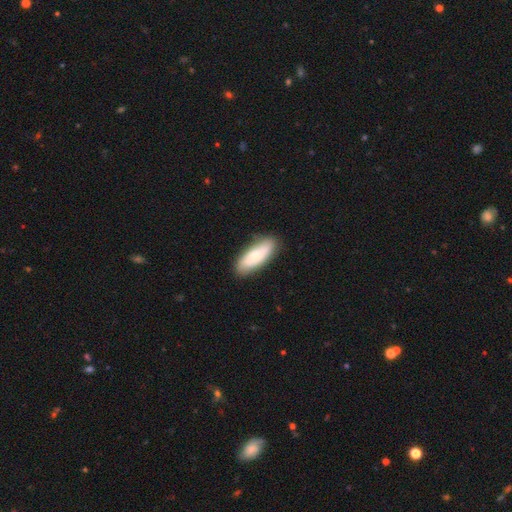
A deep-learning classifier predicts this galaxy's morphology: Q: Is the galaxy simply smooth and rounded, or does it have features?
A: smooth — 66%.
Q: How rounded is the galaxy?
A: in between — 70%.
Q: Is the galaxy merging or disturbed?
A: none — 82%.